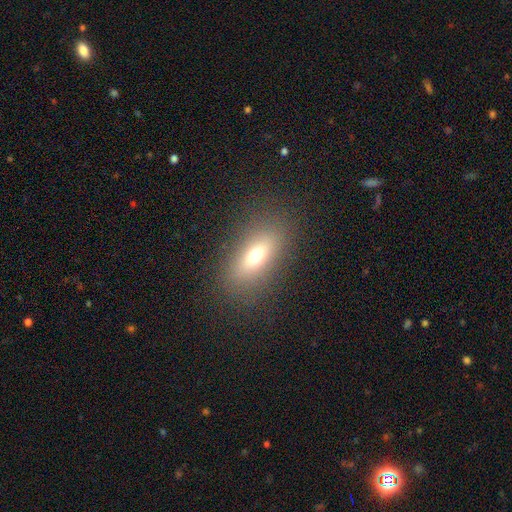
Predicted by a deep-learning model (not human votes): Smooth or featured: smooth — 66% (featured or disk — 22%)
How rounded: in between — 71% (cigar-shaped — 22%)
Merging: none — 86% (minor disturbance — 9%)